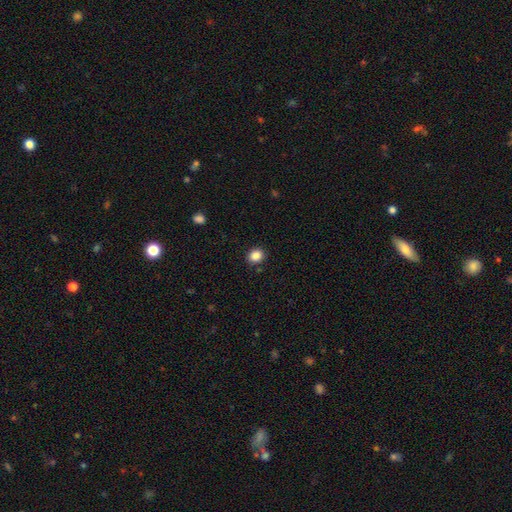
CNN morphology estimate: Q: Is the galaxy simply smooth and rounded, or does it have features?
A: smooth — 87%.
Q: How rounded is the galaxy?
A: round — 66%.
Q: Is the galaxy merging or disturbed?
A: none — 88%.